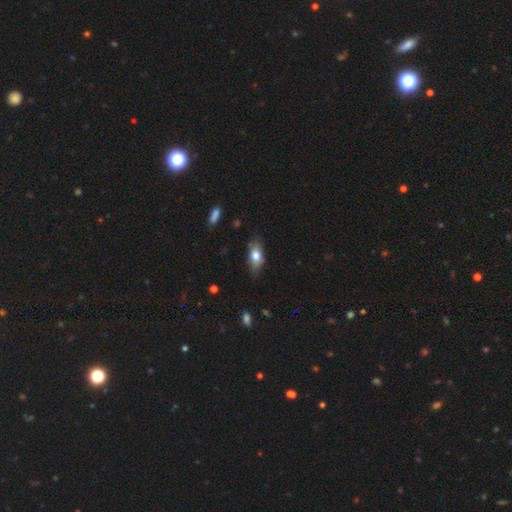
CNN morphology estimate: This appears to be a smooth galaxy with no disk features (73%) that is in between round and cigar-shaped (81%). Merging: none (76%).